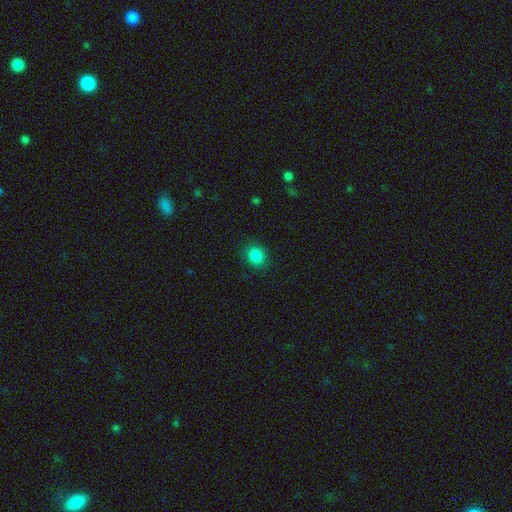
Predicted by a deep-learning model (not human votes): The model was most divided on "how rounded": round: 75%, in between: 24%, cigar-shaped: 1%. More confident: merging — none (89%); smooth or featured — smooth (85%).